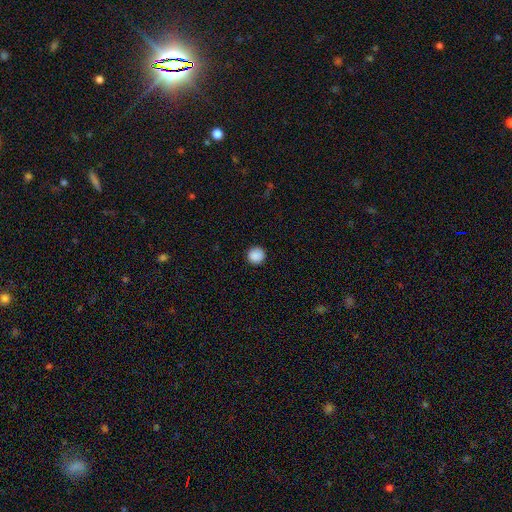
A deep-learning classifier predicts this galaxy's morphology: This is clearly a smooth galaxy (88%). How rounded: clearly round (95%). Merging: clearly none (92%).